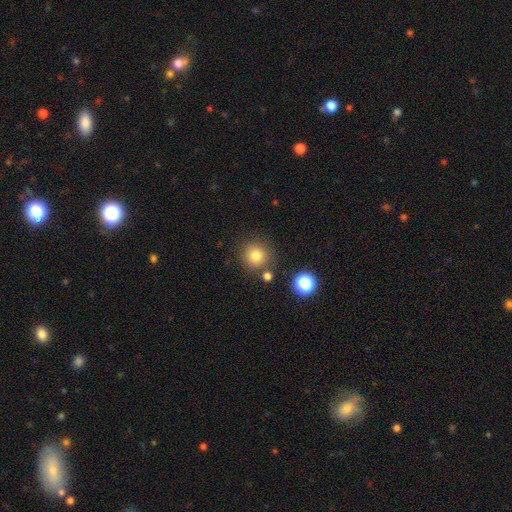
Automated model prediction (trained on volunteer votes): This is likely a smooth galaxy (79%). How rounded: clearly round (93%). Merging: clearly none (80%).